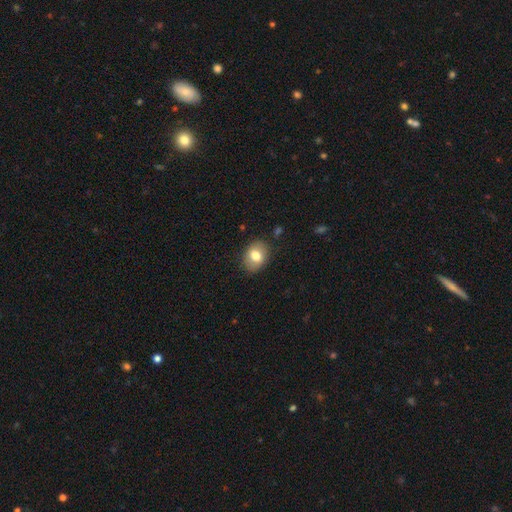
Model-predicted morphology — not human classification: Smooth or featured: smooth — 76% (featured or disk — 16%)
How rounded: in between — 66% (round — 33%)
Merging: none — 85% (minor disturbance — 11%)